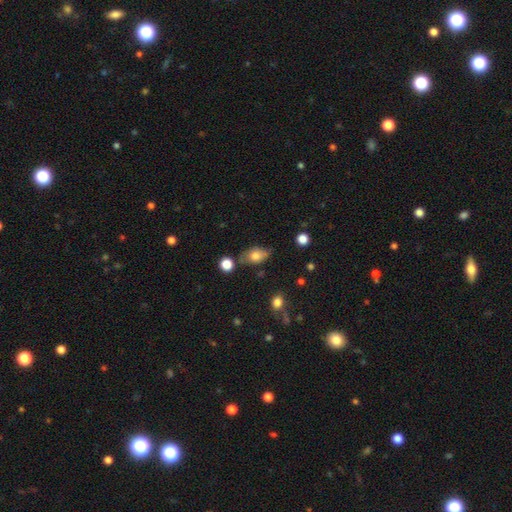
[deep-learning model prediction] This appears to be a smooth galaxy with no disk features (71%) that is in between round and cigar-shaped (81%). Merging: none (60%).